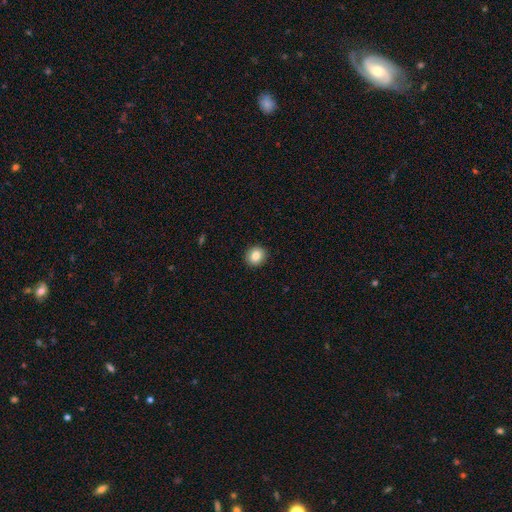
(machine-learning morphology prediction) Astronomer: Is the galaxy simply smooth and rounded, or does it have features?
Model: smooth — 85%.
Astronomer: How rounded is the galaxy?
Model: round — 83%.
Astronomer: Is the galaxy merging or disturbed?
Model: none — 92%.